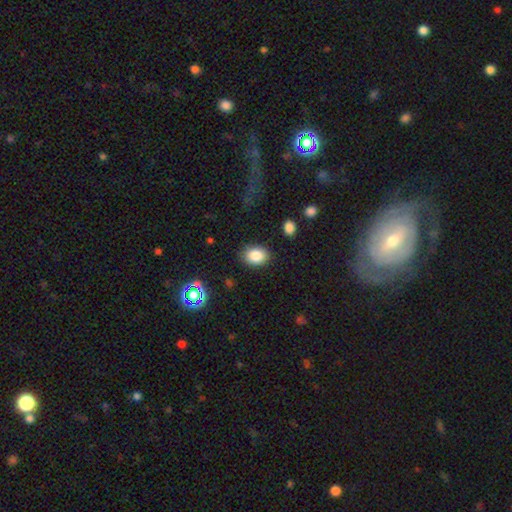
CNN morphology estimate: type=smooth (84%); roundness=in between (69%); merging=none (85%).